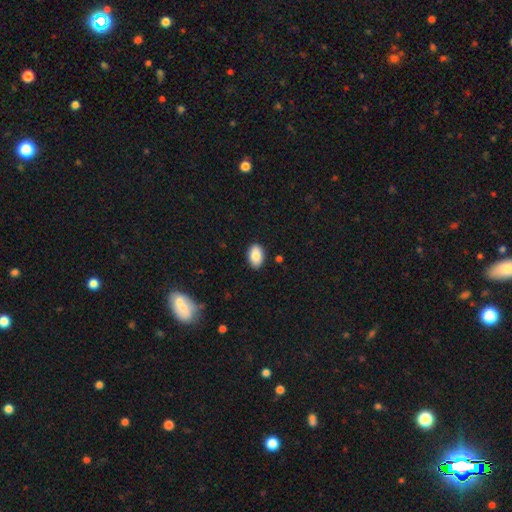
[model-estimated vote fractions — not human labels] The model was most divided on "smooth or featured": smooth: 86%, star or artifact: 7%, featured or disk: 6%. More confident: how rounded — in between (90%); merging — none (89%).